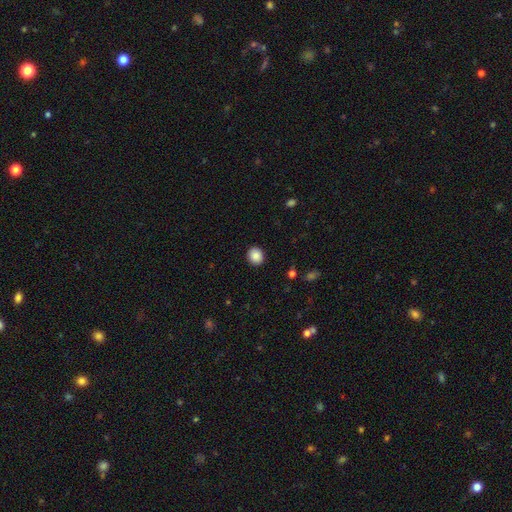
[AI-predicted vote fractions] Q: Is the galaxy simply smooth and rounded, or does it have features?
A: smooth — 87%.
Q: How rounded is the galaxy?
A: round — 74%.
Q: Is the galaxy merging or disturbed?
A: none — 91%.